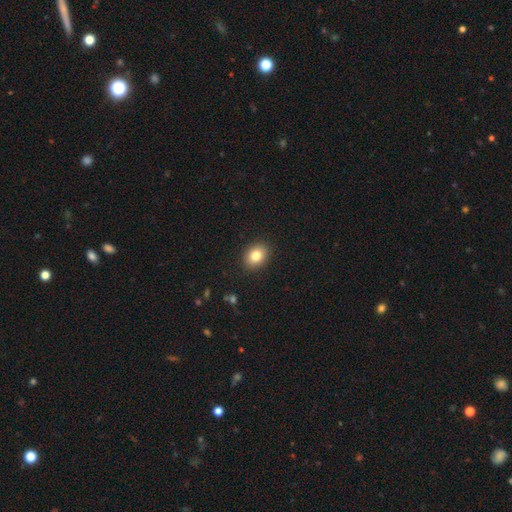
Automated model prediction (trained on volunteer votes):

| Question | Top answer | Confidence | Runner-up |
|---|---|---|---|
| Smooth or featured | smooth | 82% | star or artifact (10%) |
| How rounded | in between | 57% | round (42%) |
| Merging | none | 90% | minor disturbance (7%) |